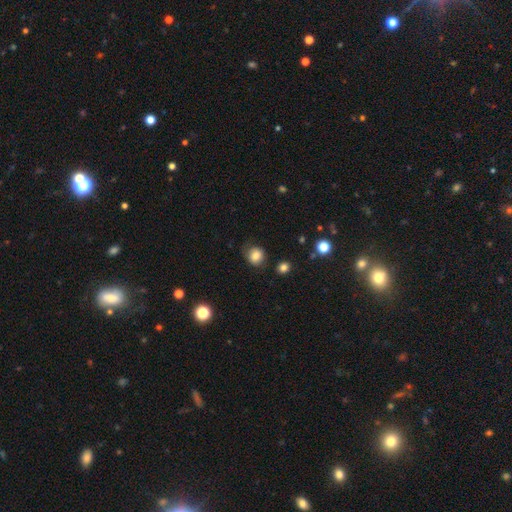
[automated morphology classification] Smooth or featured: smooth — 82% (star or artifact — 10%)
How rounded: round — 79% (in between — 20%)
Merging: none — 74% (minor disturbance — 18%)